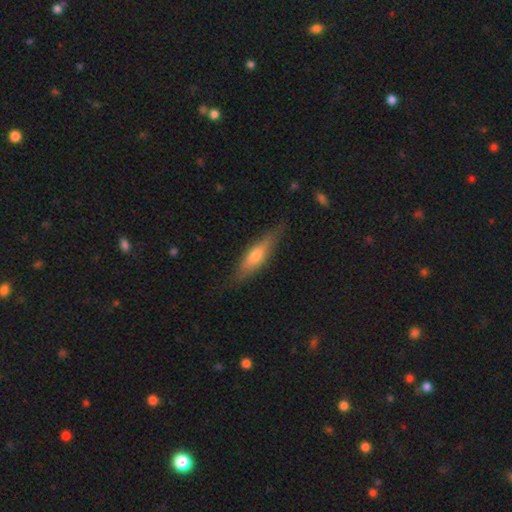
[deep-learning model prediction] A smooth galaxy with no disk features (49%). Merging: none (79%).